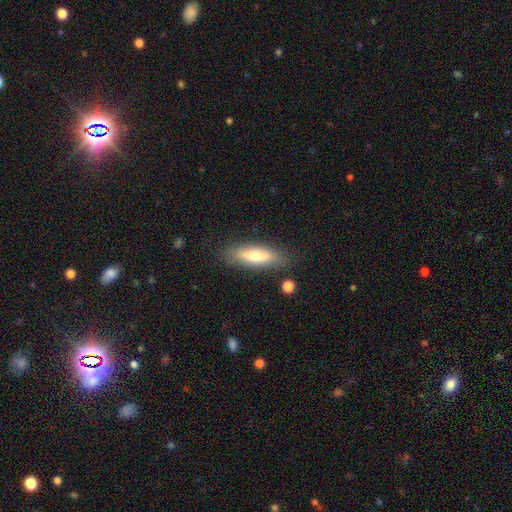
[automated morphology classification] A smooth galaxy with no disk features (61%) that is cigar-shaped (56%).

Vote fractions:
- Smooth or featured? smooth: 61% / featured or disk: 32% / star or artifact: 6%
- How rounded? cigar-shaped: 56% / in between: 41% / round: 2%
- Merging? none: 83% / minor disturbance: 12% / major disturbance: 3% / merger: 2%